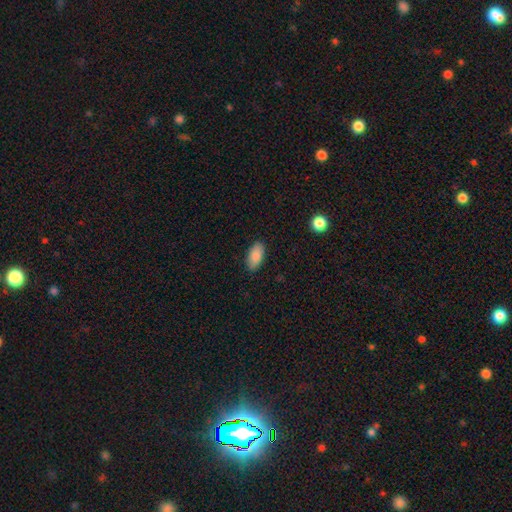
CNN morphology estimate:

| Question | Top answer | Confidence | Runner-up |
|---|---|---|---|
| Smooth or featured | smooth | 86% | featured or disk (7%) |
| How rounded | in between | 92% | cigar-shaped (6%) |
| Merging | none | 87% | minor disturbance (10%) |